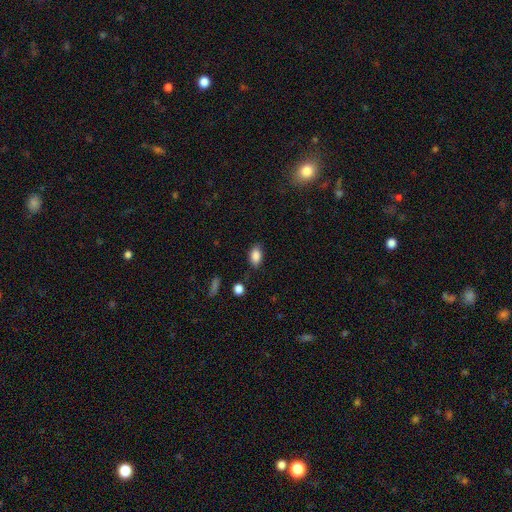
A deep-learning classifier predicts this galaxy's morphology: smooth 86%, star or artifact 9%, featured or disk 5%. Down the decision tree: how rounded — in between (85%); merging — none (76%).